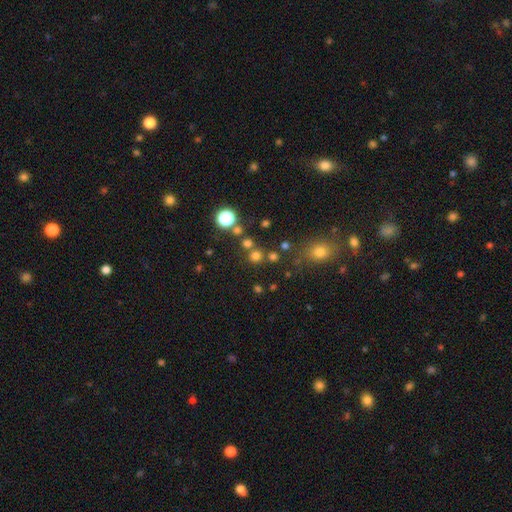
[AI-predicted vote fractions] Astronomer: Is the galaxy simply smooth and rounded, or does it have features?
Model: smooth — 69%.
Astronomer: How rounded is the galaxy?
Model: round — 91%.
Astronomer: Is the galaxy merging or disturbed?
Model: none — 74%.